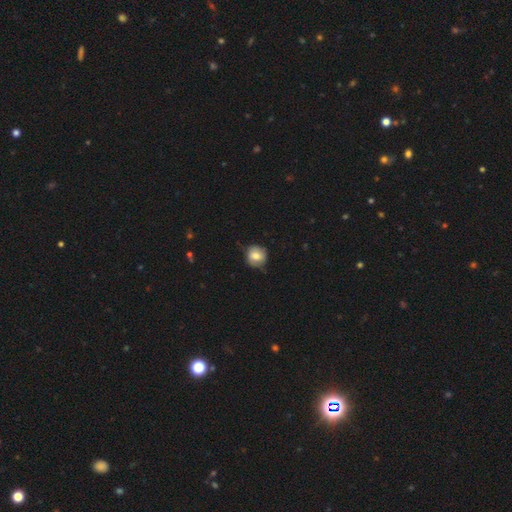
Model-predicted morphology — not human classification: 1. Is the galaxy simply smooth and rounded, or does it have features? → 66% smooth, 27% featured or disk, 8% star or artifact.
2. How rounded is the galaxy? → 81% round, 18% in between, 1% cigar-shaped.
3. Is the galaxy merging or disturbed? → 62% none, 28% minor disturbance, 8% major disturbance, 1% merger.